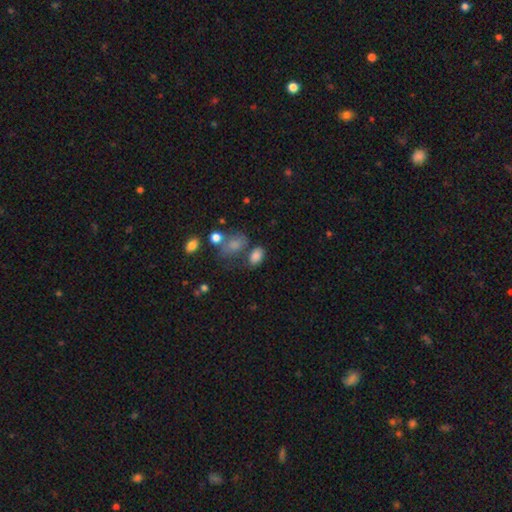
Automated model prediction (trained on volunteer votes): smooth 82%, star or artifact 11%, featured or disk 7%. Down the decision tree: how rounded — in between (88%); merging — none (60%).